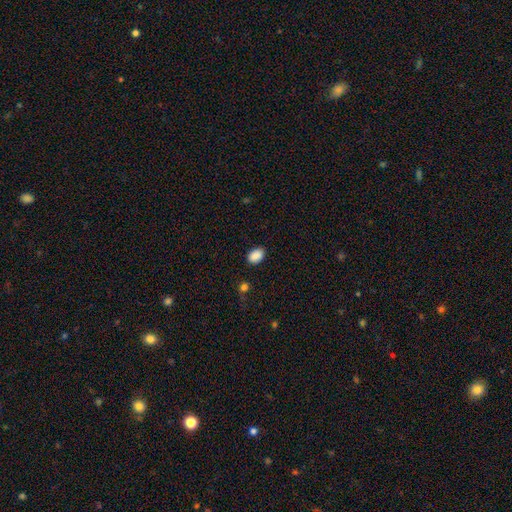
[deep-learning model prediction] smooth-or-featured: smooth: 89% | star or artifact: 8% | featured or disk: 3%
  how-rounded: in between: 83% | round: 16% | cigar-shaped: 1%
  merging: none: 86% | minor disturbance: 10% | major disturbance: 2% | merger: 1%